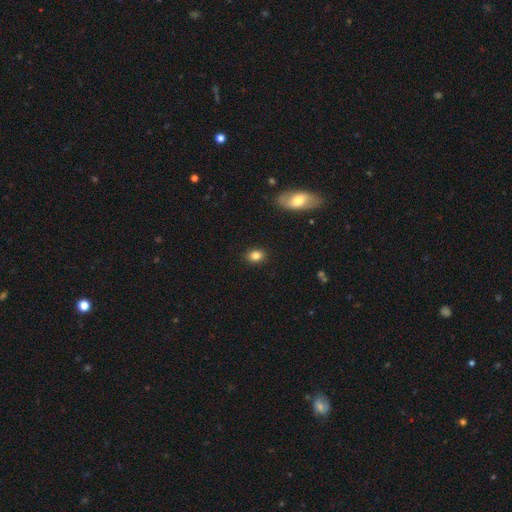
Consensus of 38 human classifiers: smooth 87%, featured or disk 8%, star or artifact 5%. Down the decision tree: how rounded — in between (55%); merging — none (94%).